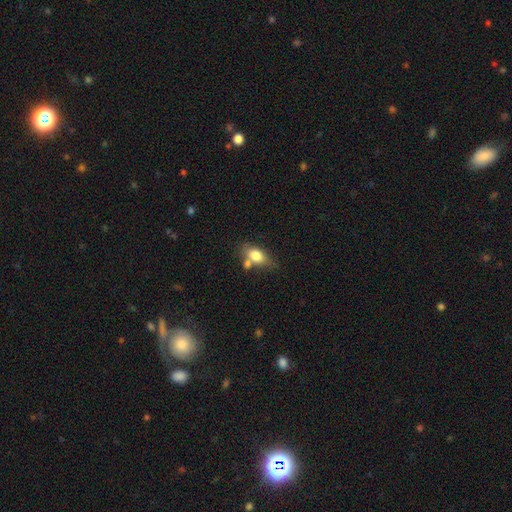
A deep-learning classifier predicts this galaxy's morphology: A smooth galaxy with no disk features (76%) that is in between round and cigar-shaped (83%). Merging: none (51%).